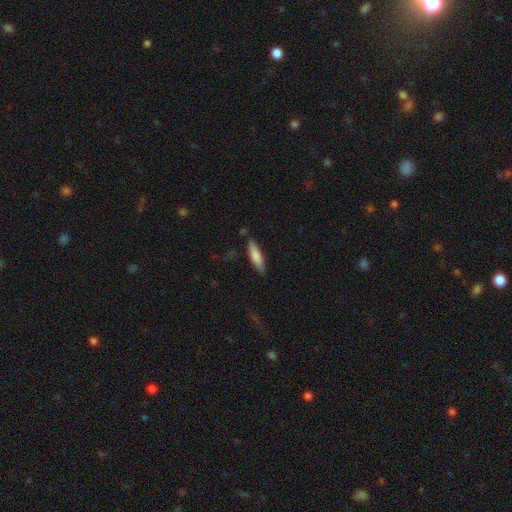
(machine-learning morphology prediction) Q: Smooth or featured?
A: smooth (81%); runner-up: featured or disk (13%)
Q: How rounded?
A: cigar-shaped (66%); runner-up: in between (33%)
Q: Merging?
A: none (81%); runner-up: minor disturbance (14%)